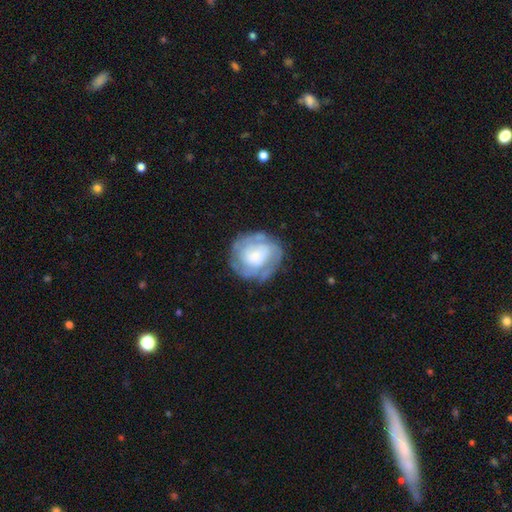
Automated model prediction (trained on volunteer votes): Morphology: type=featured or disk (63%); edge-on=no (98%); bar=no (75%); spiral arms=yes (72%); bulge=small (33%); merging=none (68%).